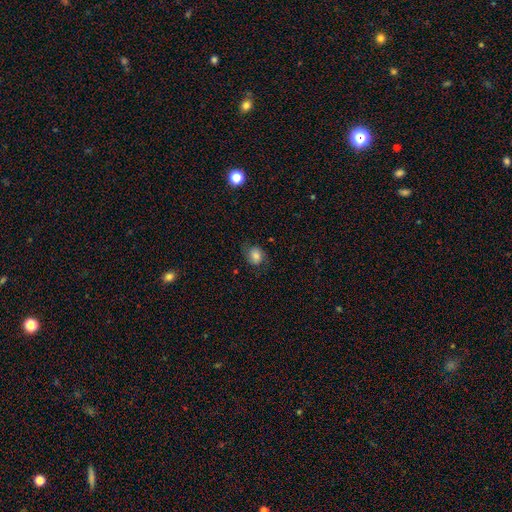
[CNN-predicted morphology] Smooth or featured: smooth — 70% (featured or disk — 20%)
How rounded: round — 54% (in between — 45%)
Merging: none — 69% (minor disturbance — 21%)